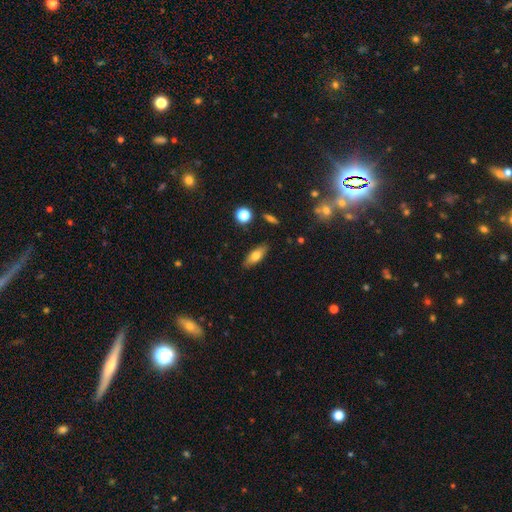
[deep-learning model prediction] Smooth or featured? Predicted: smooth (p=0.70). How rounded? Predicted: in between (p=0.69). Merging? Predicted: none (p=0.86).